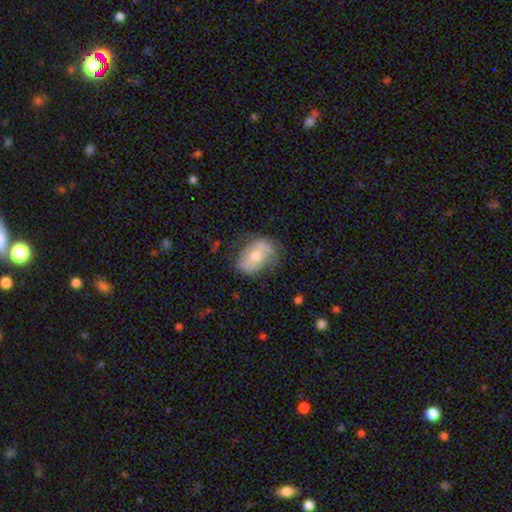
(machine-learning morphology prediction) type=smooth (49%); merging=none (62%).